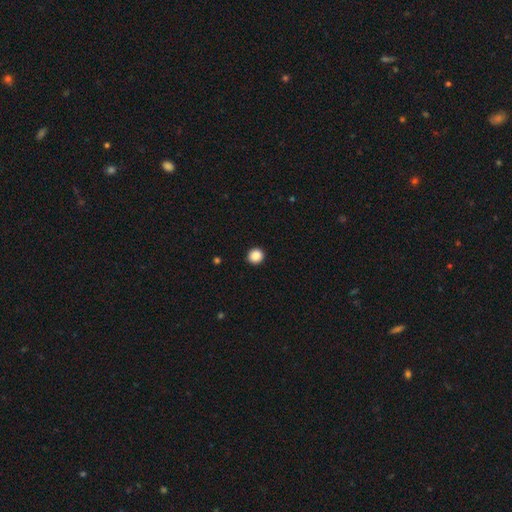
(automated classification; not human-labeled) Morphology: type=smooth (88%); roundness=round (93%); merging=none (93%).